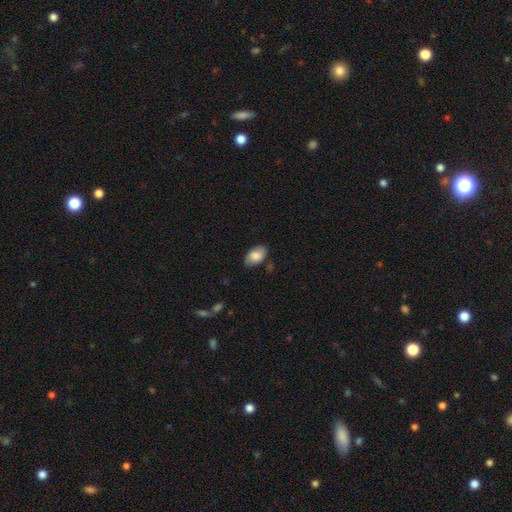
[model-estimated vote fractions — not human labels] smooth_or_featured: smooth (p=0.81) [alt: featured or disk p=0.12]
how_rounded: in between (p=0.92) [alt: round p=0.06]
merging: none (p=0.81) [alt: minor disturbance p=0.15]